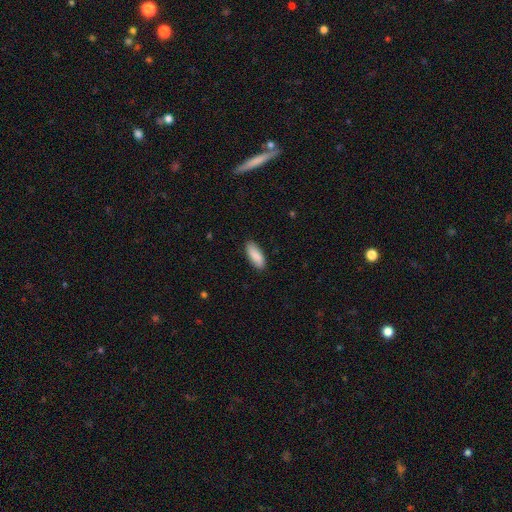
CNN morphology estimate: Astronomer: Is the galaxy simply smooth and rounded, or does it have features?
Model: smooth — 88%.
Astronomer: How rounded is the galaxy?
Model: in between — 72%.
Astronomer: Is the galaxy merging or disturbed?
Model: none — 88%.